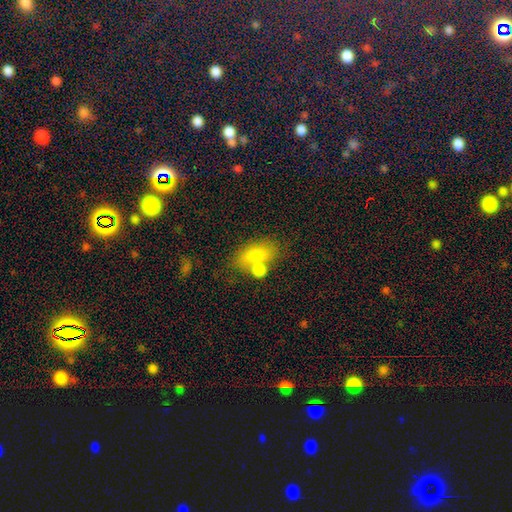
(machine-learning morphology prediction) The model was most divided on "merging": none: 42%, merger: 37%, minor disturbance: 14%, major disturbance: 7%. More confident: how rounded — in between (81%); smooth or featured — smooth (75%).